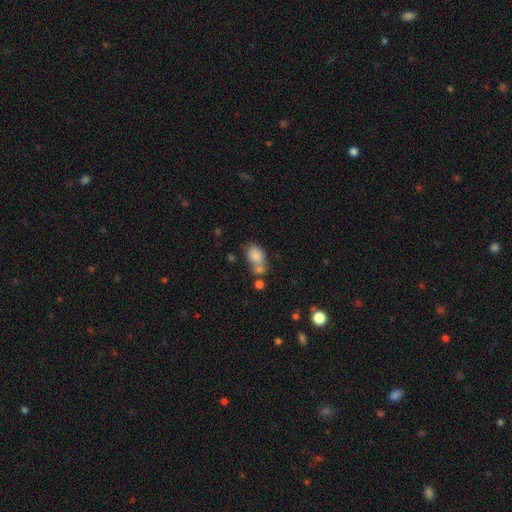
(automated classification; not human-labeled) Morphology: type=smooth (79%); roundness=in between (83%); merging=none (37%, tied with merger).